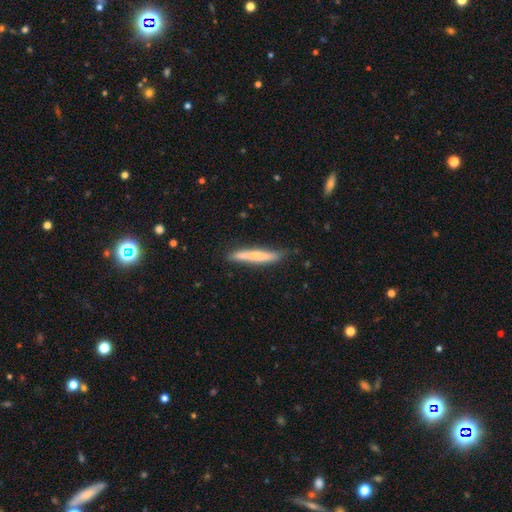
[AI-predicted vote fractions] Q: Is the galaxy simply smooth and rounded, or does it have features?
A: smooth — 60%.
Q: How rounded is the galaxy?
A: cigar-shaped — 94%.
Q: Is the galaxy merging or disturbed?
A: none — 80%.